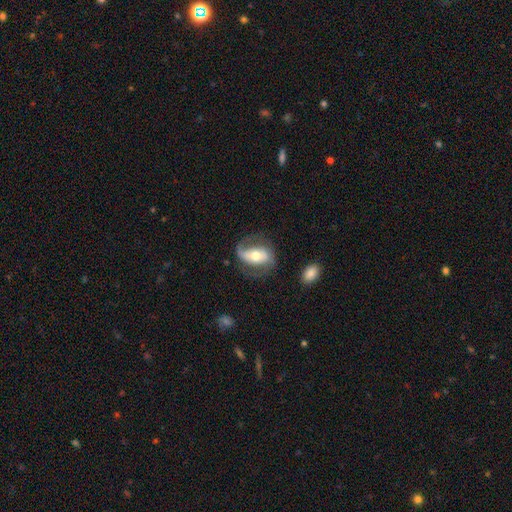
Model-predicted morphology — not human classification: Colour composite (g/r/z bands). It shows a featured or disk galaxy (75%) with a strong bar (39%), 2 (81%) medium (46%) spiral arms (88%) and a moderate central bulge (66%). Merging: none (66%).